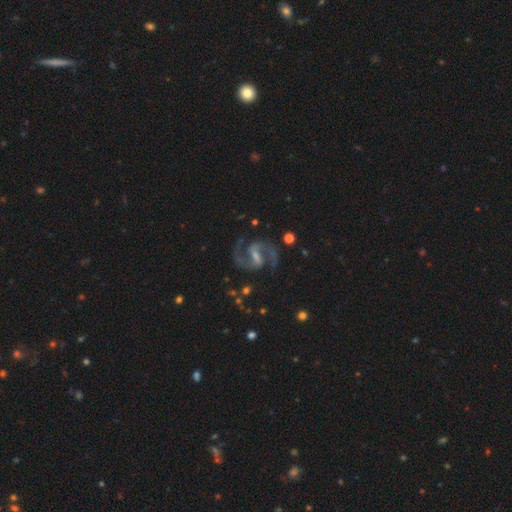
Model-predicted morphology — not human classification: Smooth or featured?
  - featured or disk: 93% *
  - star or artifact: 5%
  - smooth: 3%
Edge-on disk?
  - no: 98% *
  - yes: 2%
Bar?
  - strong: 45% *
  - weak: 44%
  - no: 10%
Spiral arms?
  - yes: 98% *
  - no: 2%
Spiral winding?
  - medium: 70% *
  - loose: 16%
  - tight: 14%
Spiral arm count?
  - 2: 94% *
  - can't tell: 1%
  - 3: 1%
  - 1: 1%
  - 4: 1%
  - more than 4: 1%
Bulge size?
  - small: 48% *
  - moderate: 34%
  - none: 13%
  - large: 4%
  - dominant: 1%
Merging?
  - none: 81% *
  - minor disturbance: 12%
  - major disturbance: 5%
  - merger: 2%